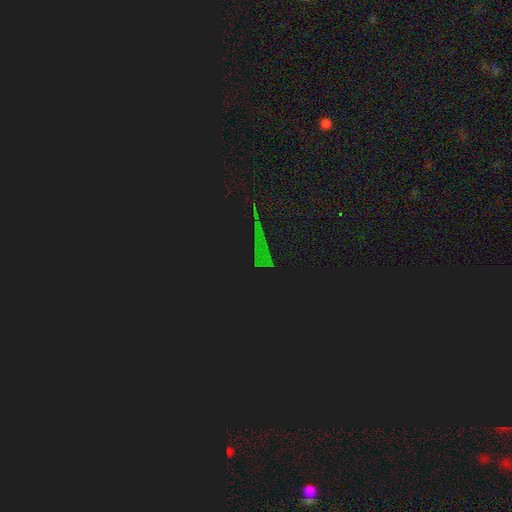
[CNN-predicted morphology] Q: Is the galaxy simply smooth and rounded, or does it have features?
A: star or artifact — 85%.